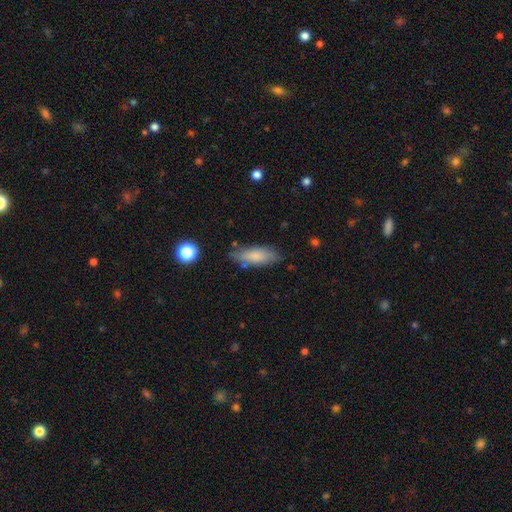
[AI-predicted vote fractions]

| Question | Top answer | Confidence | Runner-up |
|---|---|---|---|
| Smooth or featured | smooth | 77% | featured or disk (16%) |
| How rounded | in between | 63% | cigar-shaped (35%) |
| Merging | none | 77% | minor disturbance (17%) |